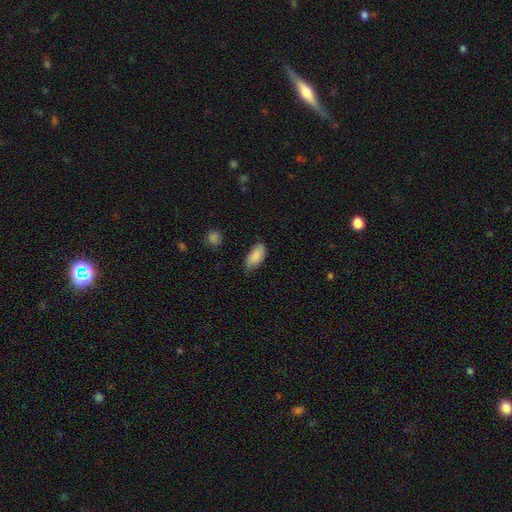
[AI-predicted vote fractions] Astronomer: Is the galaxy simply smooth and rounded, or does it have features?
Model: smooth — 87%.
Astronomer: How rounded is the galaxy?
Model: in between — 91%.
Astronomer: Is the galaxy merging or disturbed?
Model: none — 68%.